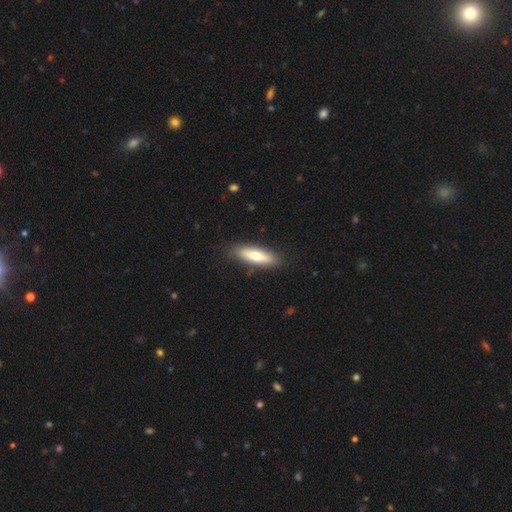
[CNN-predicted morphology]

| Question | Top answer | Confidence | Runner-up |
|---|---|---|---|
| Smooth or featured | smooth | 71% | featured or disk (23%) |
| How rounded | cigar-shaped | 54% | in between (44%) |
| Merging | none | 87% | minor disturbance (10%) |